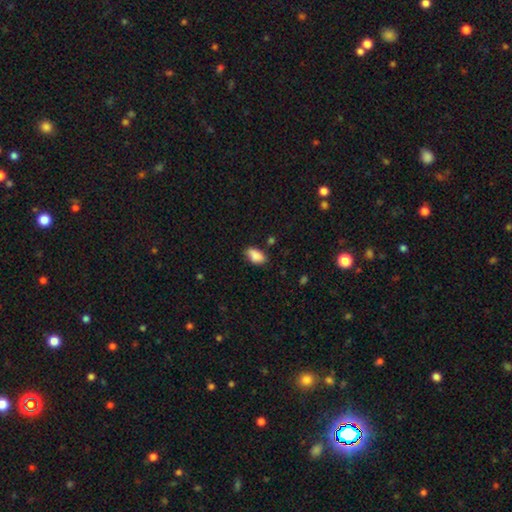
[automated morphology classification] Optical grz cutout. It shows a smooth galaxy with no disk features (86%) that is in between round and cigar-shaped (91%). Merging: none (68%).